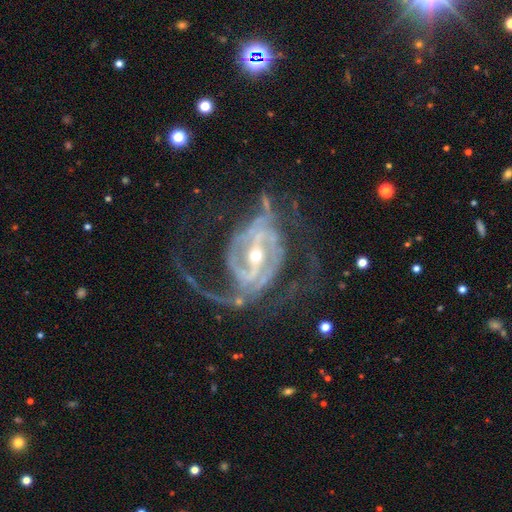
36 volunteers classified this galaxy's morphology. Smooth or featured?
  - featured or disk: 92% *
  - star or artifact: 6%
  - smooth: 3%
Edge-on disk?
  - no: 97% *
  - yes: 3%
Bar?
  - strong: 59% *
  - weak: 31%
  - no: 9%
Spiral arms?
  - yes: 100% *
  - no: 0%
Spiral winding?
  - medium: 50% *
  - loose: 31%
  - tight: 19%
Spiral arm count?
  - 2: 69% *
  - 1: 19%
  - 3: 6%
  - 4: 6%
  - more than 4: 0%
  - can't tell: 0%
Bulge size?
  - small: 69% *
  - moderate: 28%
  - none: 3%
  - dominant: 0%
  - large: 0%
Merging?
  - none: 44% * (tied)
  - major disturbance: 44% * (tied)
  - minor disturbance: 9%
  - merger: 3%